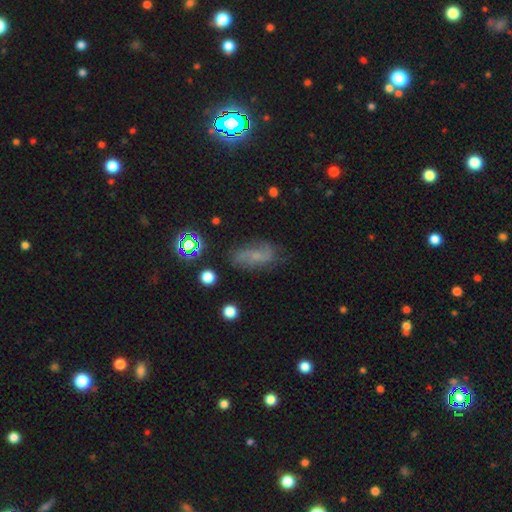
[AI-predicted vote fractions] The model was most divided on "smooth or featured": featured or disk: 46%, smooth: 36%, star or artifact: 18%. More confident: merging — none (66%).